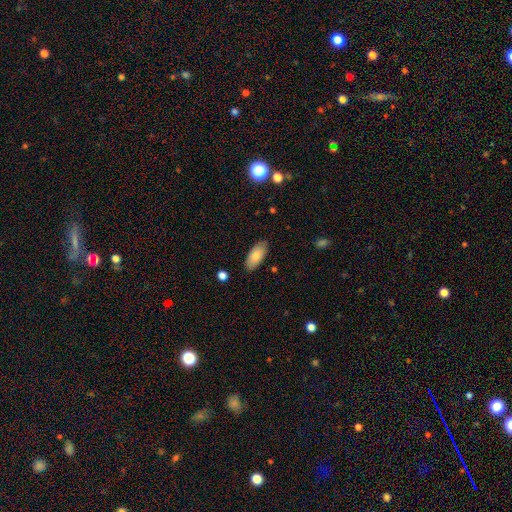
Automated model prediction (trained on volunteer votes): smooth-or-featured: smooth: 84% | featured or disk: 9% | star or artifact: 6%
  how-rounded: in between: 90% | cigar-shaped: 9% | round: 2%
  merging: none: 86% | minor disturbance: 10% | major disturbance: 2% | merger: 1%